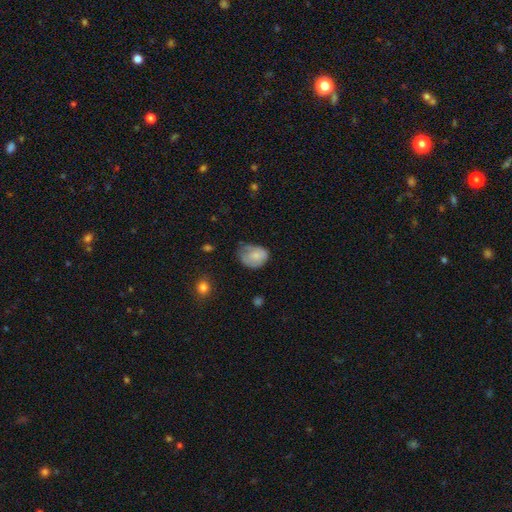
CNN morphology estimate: Overall: smooth (72%). How rounded: in between (61%; round 38%). Merging: minor disturbance (42%; none 36%).